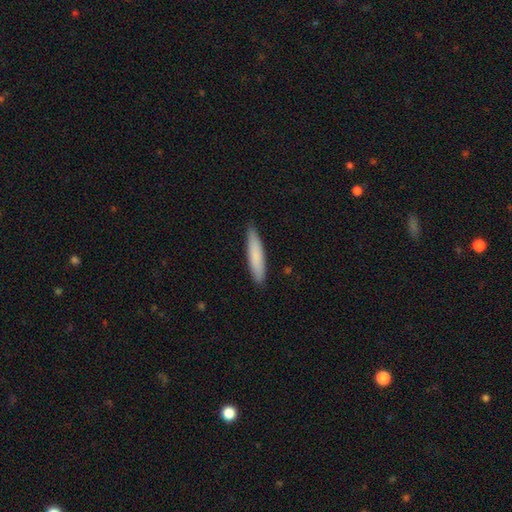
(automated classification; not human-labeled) Morphology: type=smooth (81%); roundness=cigar-shaped (88%); merging=none (89%).